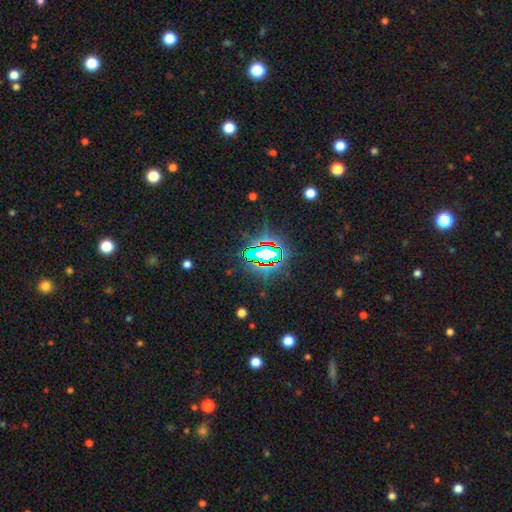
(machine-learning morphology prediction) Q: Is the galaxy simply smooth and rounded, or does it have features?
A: star or artifact — 74%.